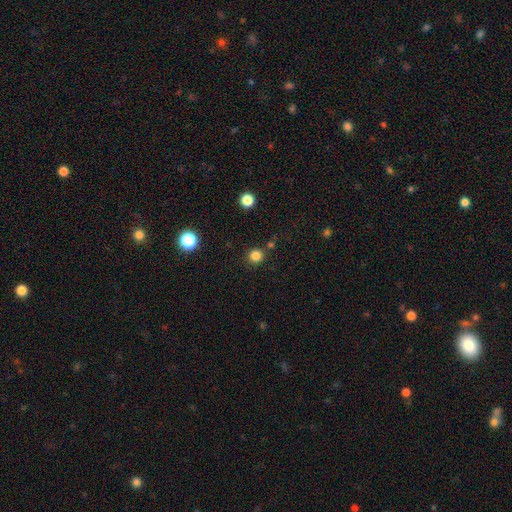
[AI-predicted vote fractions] Smooth or featured? smooth (82%)
How rounded? round (93%)
Merging? none (86%)